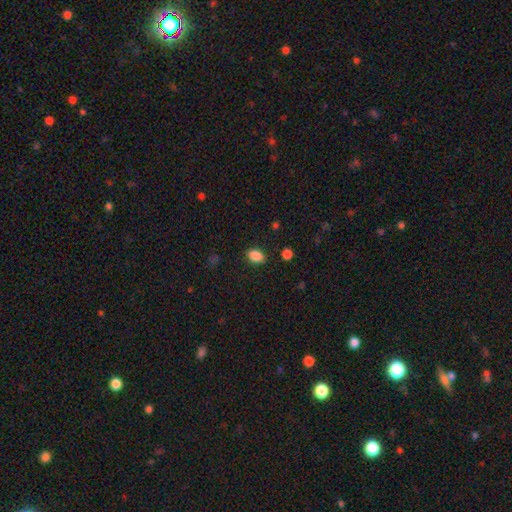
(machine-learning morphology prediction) smooth 87%, star or artifact 9%, featured or disk 4%. Down the decision tree: how rounded — in between (82%); merging — none (86%).